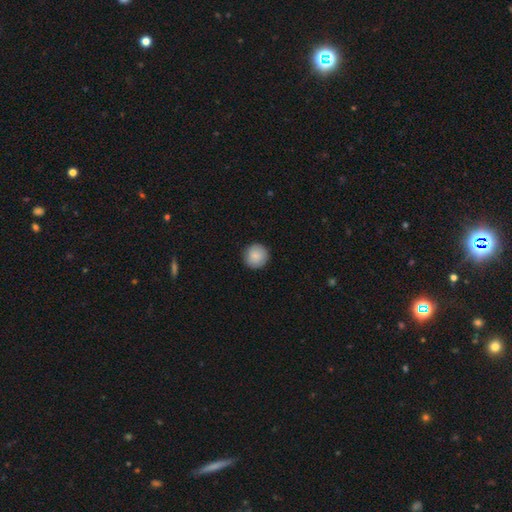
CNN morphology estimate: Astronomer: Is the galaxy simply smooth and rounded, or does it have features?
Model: smooth — 89%.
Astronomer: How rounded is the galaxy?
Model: round — 95%.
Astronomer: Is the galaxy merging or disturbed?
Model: none — 91%.